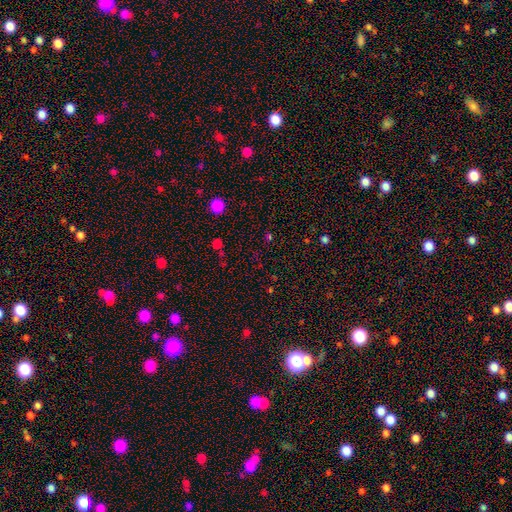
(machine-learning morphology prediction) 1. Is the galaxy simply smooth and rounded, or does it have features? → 54% star or artifact, 39% smooth, 8% featured or disk.